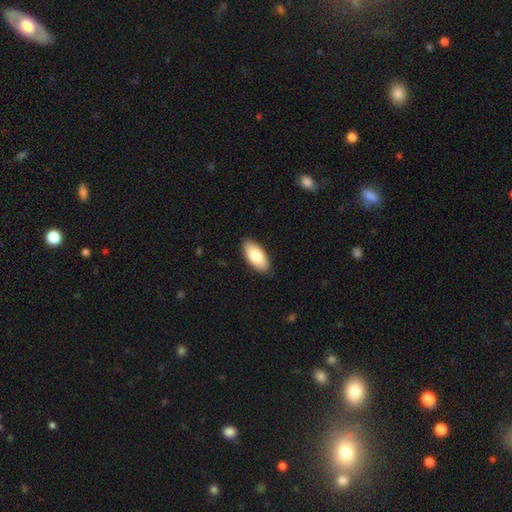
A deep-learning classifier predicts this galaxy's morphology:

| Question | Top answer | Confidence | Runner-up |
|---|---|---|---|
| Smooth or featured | smooth | 81% | featured or disk (13%) |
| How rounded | in between | 91% | cigar-shaped (7%) |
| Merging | none | 88% | minor disturbance (9%) |